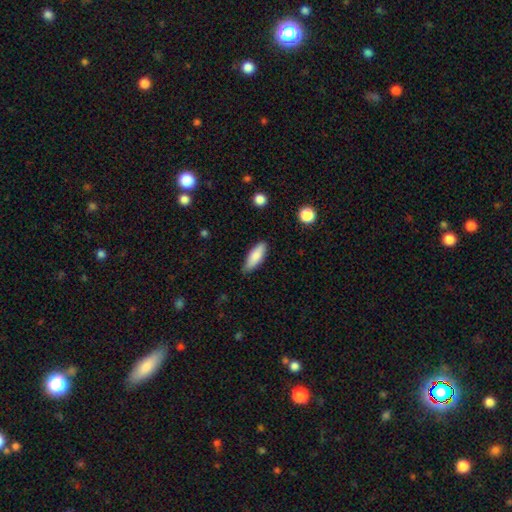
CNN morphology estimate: Smooth or featured: smooth — 84% (featured or disk — 10%)
How rounded: in between — 60% (cigar-shaped — 38%)
Merging: none — 80% (minor disturbance — 16%)